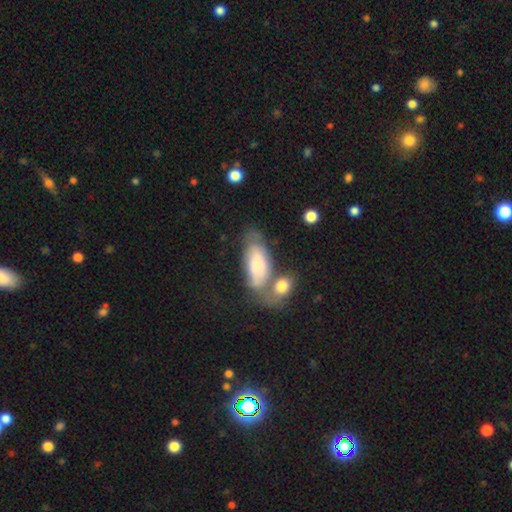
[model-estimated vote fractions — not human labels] A smooth galaxy with no disk features (63%) that is in between round and cigar-shaped (84%). Merging: none (39%).